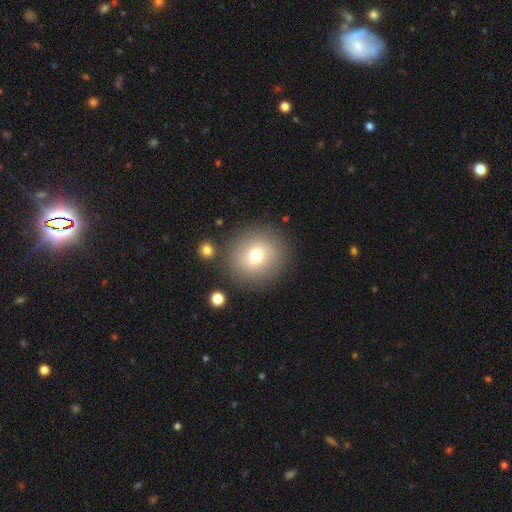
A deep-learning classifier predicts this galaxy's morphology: A smooth galaxy with no disk features (73%) that is round (92%).

Vote fractions:
- Smooth or featured? smooth: 73% / featured or disk: 15% / star or artifact: 11%
- How rounded? round: 92% / in between: 7% / cigar-shaped: 1%
- Merging? none: 85% / minor disturbance: 8% / merger: 4% / major disturbance: 3%